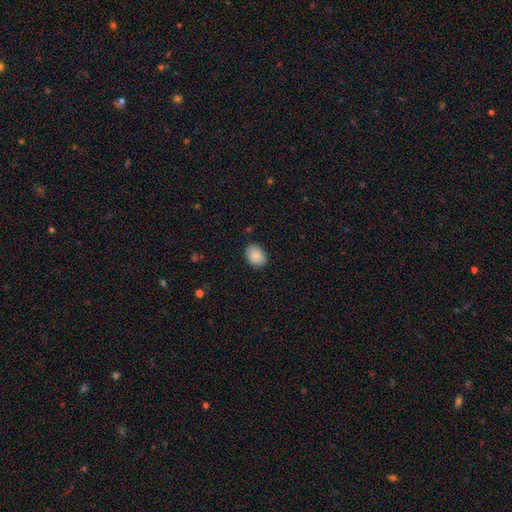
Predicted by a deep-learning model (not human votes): This is clearly a smooth galaxy (88%). How rounded: likely in between (69%). Merging: clearly none (83%).